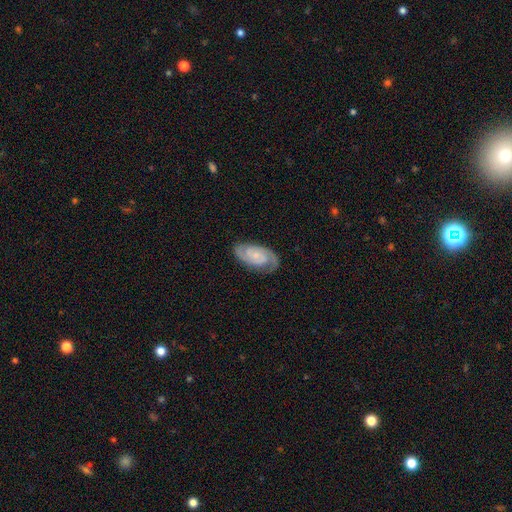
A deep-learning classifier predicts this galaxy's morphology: smooth_or_featured: featured or disk (p=0.82) [alt: smooth p=0.13]
disk_edge_on: no (p=0.96) [alt: yes p=0.04]
bar: no (p=0.64) [alt: weak p=0.29]
has_spiral_arms: yes (p=0.97) [alt: no p=0.03]
spiral_winding: tight (p=0.54) [alt: medium p=0.38]
spiral_arm_count: 2 (p=0.88) [alt: can't tell p=0.05]
bulge_size: small (p=0.60) [alt: none p=0.18]
merging: none (p=0.80) [alt: minor disturbance p=0.14]